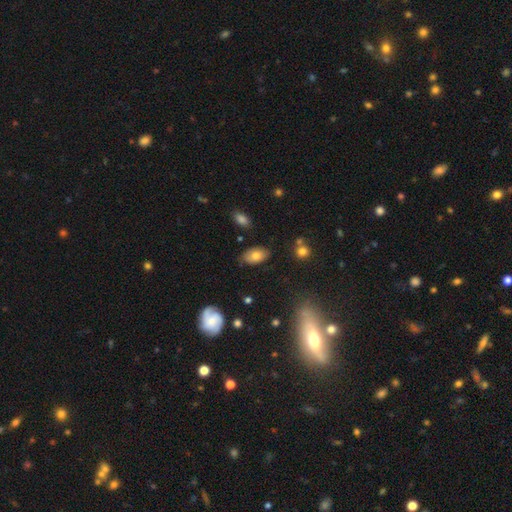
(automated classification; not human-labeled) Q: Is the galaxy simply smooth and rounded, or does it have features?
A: smooth — 73%.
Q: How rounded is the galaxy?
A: in between — 93%.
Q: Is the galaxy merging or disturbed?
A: none — 76%.